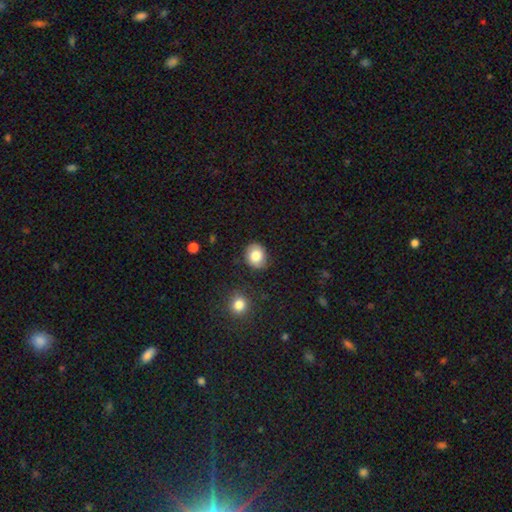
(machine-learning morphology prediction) This is clearly a smooth galaxy (80%). How rounded: likely round (64%). Merging: clearly none (83%).